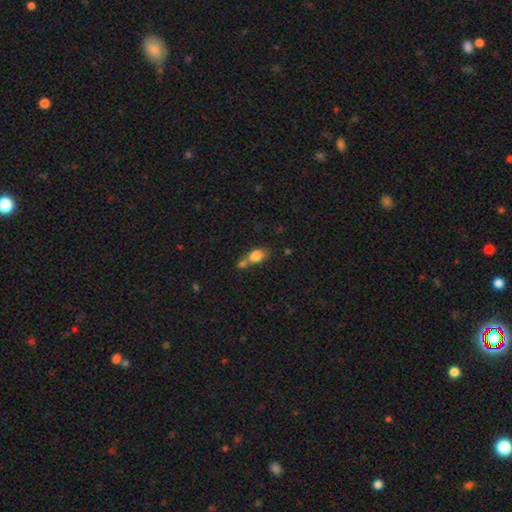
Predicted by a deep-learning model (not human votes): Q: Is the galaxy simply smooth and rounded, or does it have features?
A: smooth — 78%.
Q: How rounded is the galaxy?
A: in between — 73%.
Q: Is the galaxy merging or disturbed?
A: merger — 50%.